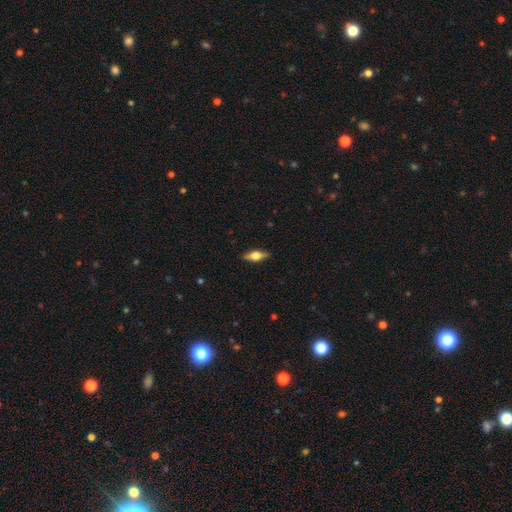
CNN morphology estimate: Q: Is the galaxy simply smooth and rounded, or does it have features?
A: featured or disk — 55%.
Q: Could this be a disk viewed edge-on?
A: yes — 94%.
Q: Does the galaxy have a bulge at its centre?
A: rounded — 92%.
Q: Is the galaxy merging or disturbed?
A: none — 88%.